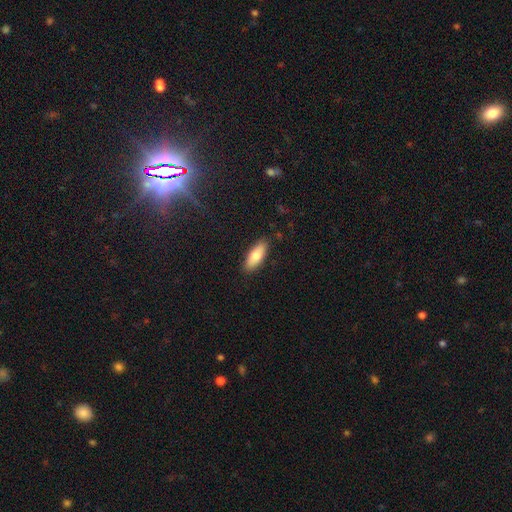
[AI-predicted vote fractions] Smooth or featured? Predicted: smooth (p=0.78). How rounded? Predicted: in between (p=0.74). Merging? Predicted: none (p=0.87).